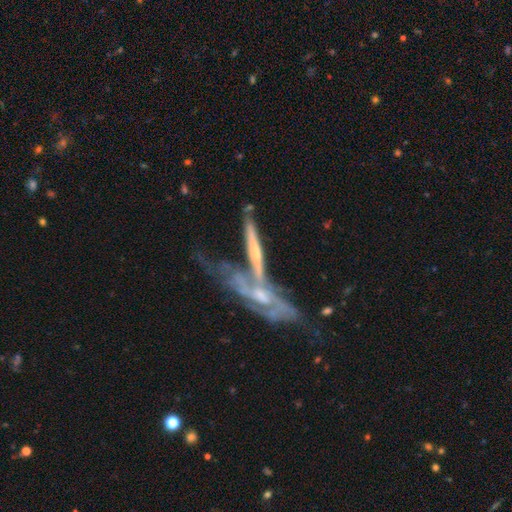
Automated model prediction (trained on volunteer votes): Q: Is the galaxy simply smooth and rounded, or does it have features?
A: featured or disk — 74%.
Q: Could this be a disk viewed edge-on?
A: yes — 65%.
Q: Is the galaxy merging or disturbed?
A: merger — 50%.